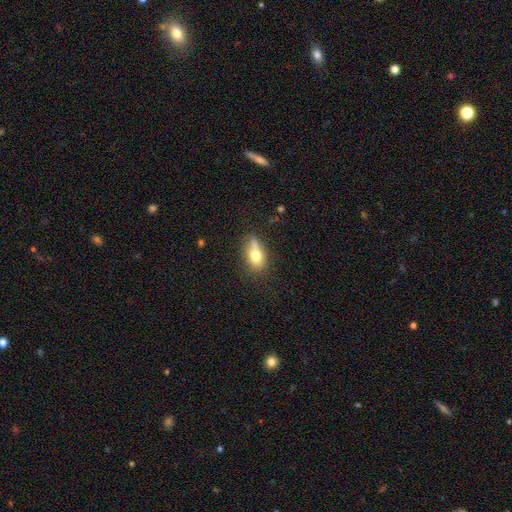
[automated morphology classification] smooth 71%, featured or disk 20%, star or artifact 9%. Down the decision tree: how rounded — in between (78%); merging — none (49%).